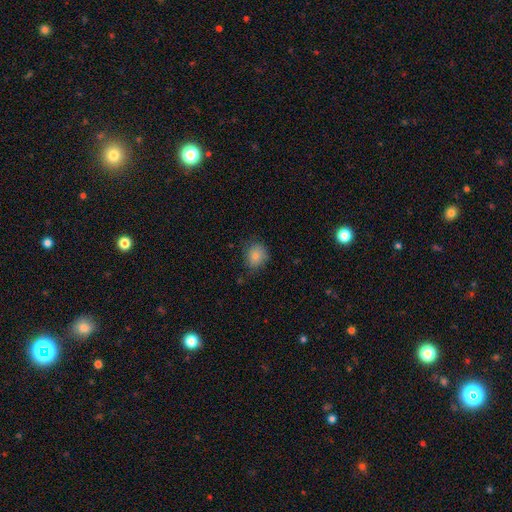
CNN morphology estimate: A smooth galaxy with no disk features (82%) that is round (69%).

Vote fractions:
- Smooth or featured? smooth: 82% / star or artifact: 10% / featured or disk: 9%
- How rounded? round: 69% / in between: 30% / cigar-shaped: 1%
- Merging? none: 73% / minor disturbance: 21% / major disturbance: 5% / merger: 1%